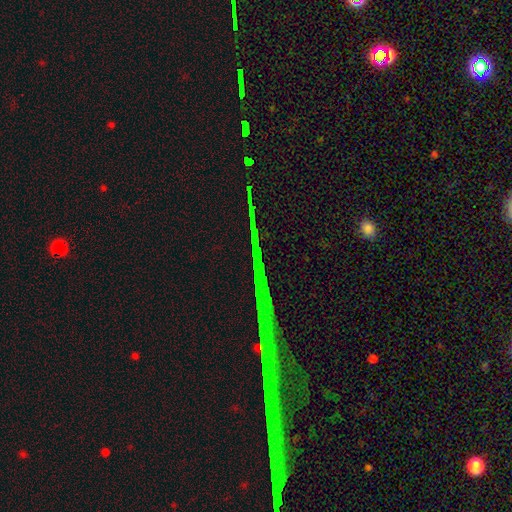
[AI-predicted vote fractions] Smooth or featured? star or artifact (84%)